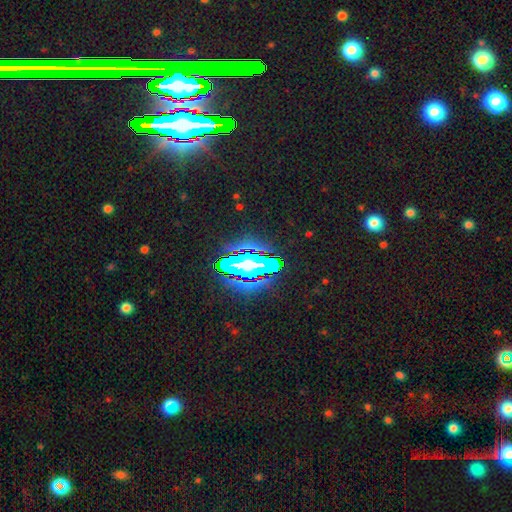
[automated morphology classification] Q: Smooth or featured?
A: star or artifact (79%); runner-up: smooth (11%)